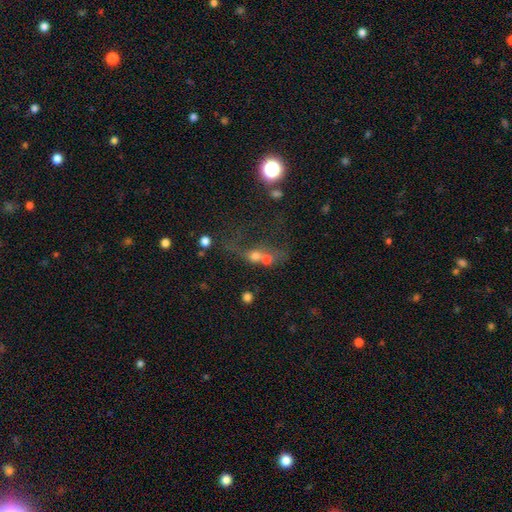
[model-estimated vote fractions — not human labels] smooth-or-featured: smooth: 57% | featured or disk: 24% | star or artifact: 19%
  how-rounded: round: 65% | in between: 31% | cigar-shaped: 4%
  merging: merger: 67% | none: 16% | major disturbance: 10% | minor disturbance: 6%